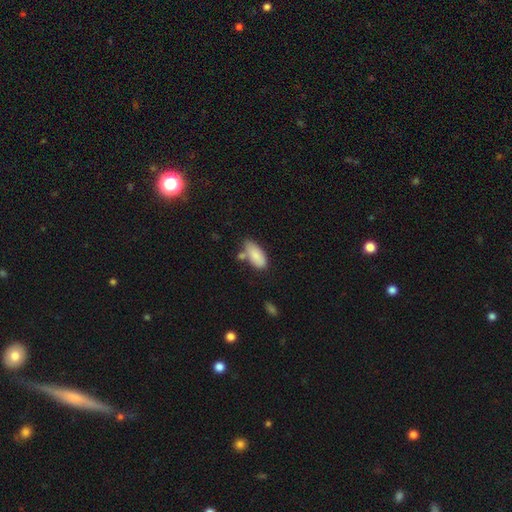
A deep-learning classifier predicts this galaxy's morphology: smooth-or-featured: smooth: 85% | featured or disk: 9% | star or artifact: 7%
  how-rounded: in between: 89% | cigar-shaped: 9% | round: 2%
  merging: none: 53% | minor disturbance: 24% | merger: 17% | major disturbance: 6%